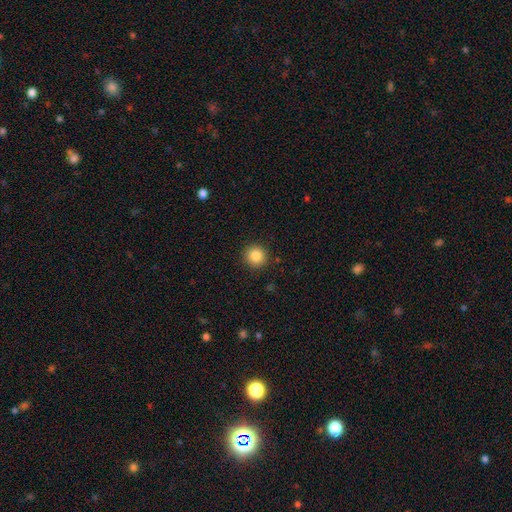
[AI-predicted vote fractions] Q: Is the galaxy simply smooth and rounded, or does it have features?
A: smooth — 85%.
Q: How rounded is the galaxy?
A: round — 94%.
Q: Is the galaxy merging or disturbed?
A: none — 92%.